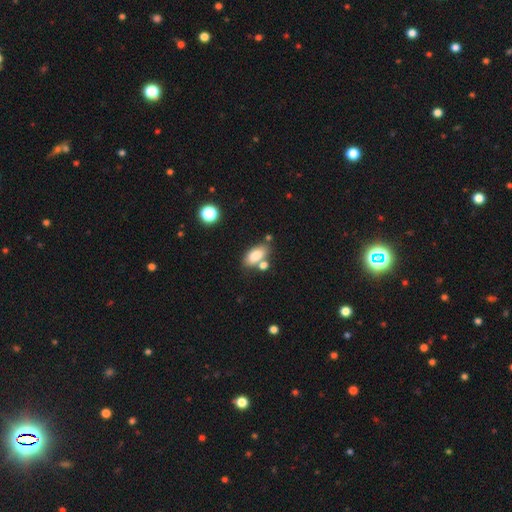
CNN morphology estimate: A smooth galaxy with no disk features (82%) that is in between round and cigar-shaped (87%). Merging: none (61%).